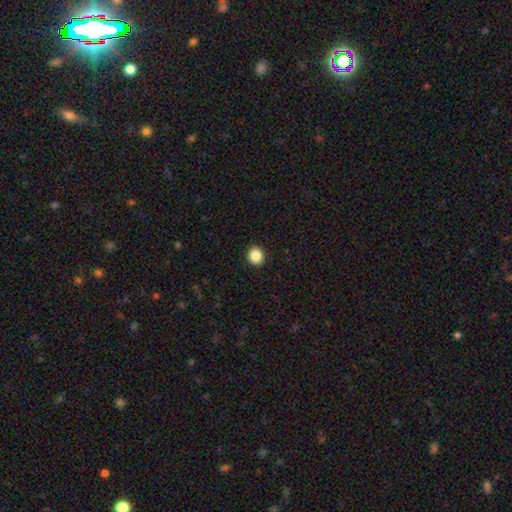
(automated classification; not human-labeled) A smooth galaxy with no disk features (87%) that is round (78%). Merging: none (93%).